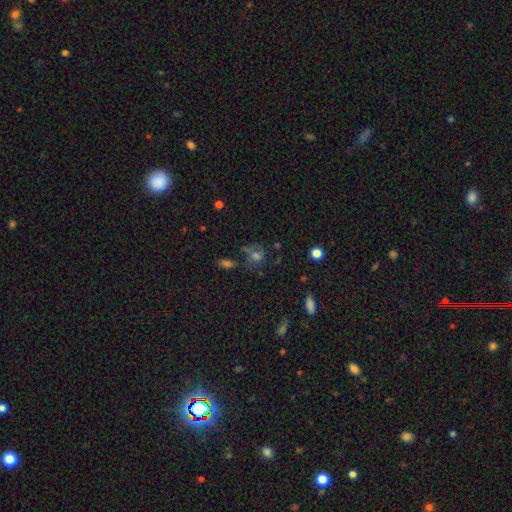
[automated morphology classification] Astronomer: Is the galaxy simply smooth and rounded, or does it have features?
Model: smooth — 50% (runner-up: star or artifact, 26%).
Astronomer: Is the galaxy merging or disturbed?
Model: none — 49%.